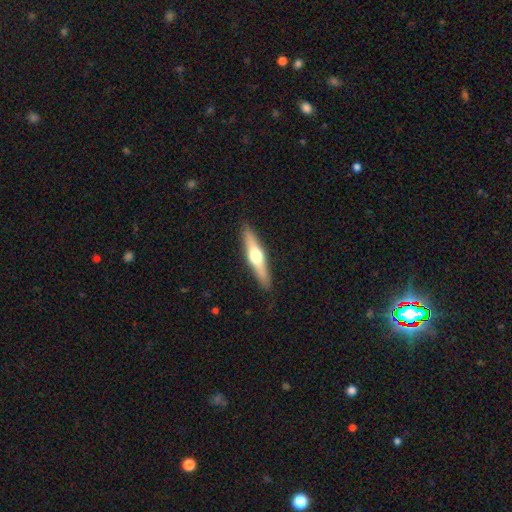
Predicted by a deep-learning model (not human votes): smooth-or-featured: featured or disk: 55% | smooth: 39% | star or artifact: 6%
  disk-edge-on: yes: 94% | no: 6%
    edge-on-bulge: rounded: 94% | none: 3% | boxy: 3%
  merging: none: 90% | minor disturbance: 8% | major disturbance: 2% | merger: 1%